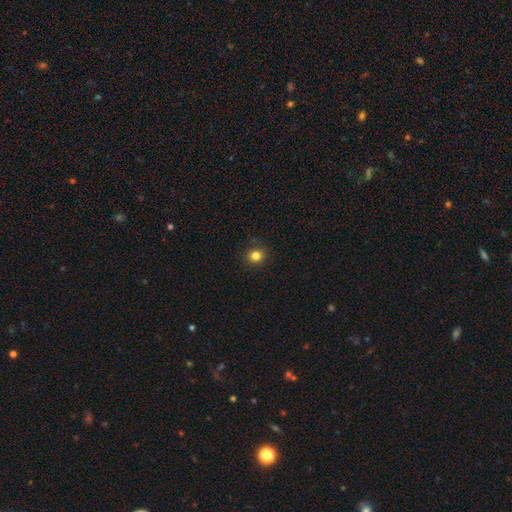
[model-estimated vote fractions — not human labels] This appears to be a smooth galaxy with no disk features (82%) that is round (89%). Merging: none (90%).